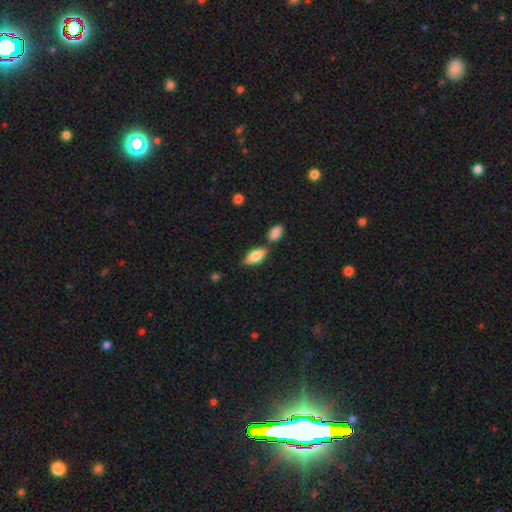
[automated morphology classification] A smooth galaxy with no disk features (78%) that is in between round and cigar-shaped (85%). Merging: none (66%).